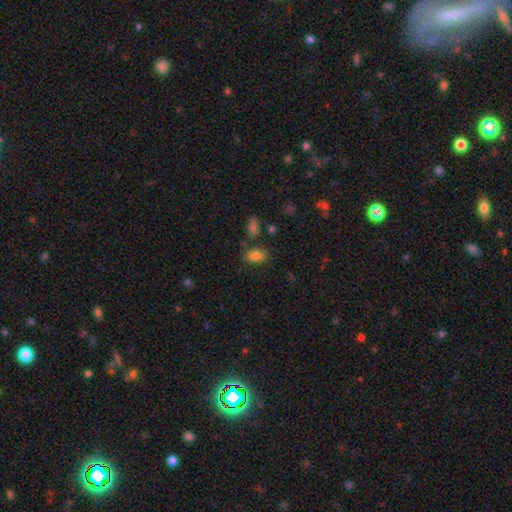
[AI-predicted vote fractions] Smooth or featured? Predicted: smooth (p=0.81). How rounded? Predicted: in between (p=0.86). Merging? Predicted: none (p=0.71).